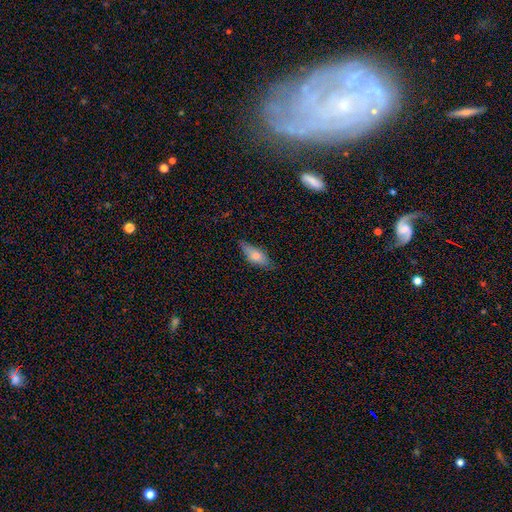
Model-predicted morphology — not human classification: This is likely a smooth galaxy (62%). How rounded: likely in between (66%). Merging: likely none (75%).